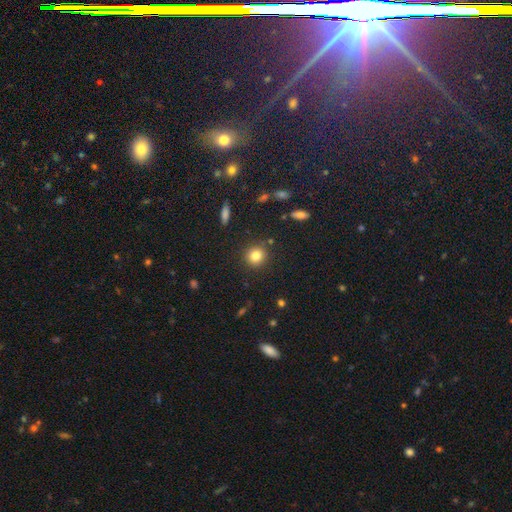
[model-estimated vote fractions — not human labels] Morphology: type=smooth (82%); roundness=round (88%); merging=none (88%).